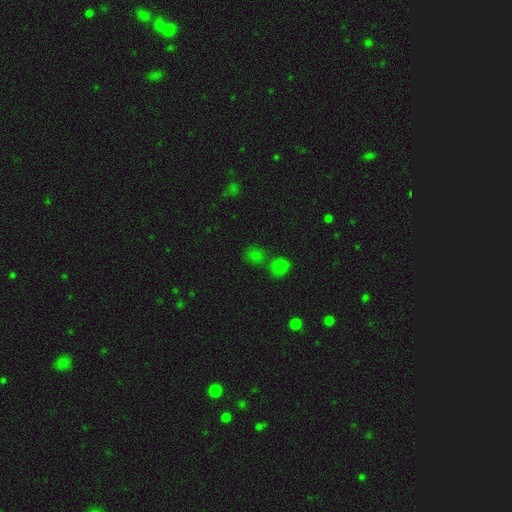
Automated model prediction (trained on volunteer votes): This appears to be a smooth galaxy with no disk features (64%) that is round (66%). Merging: none (48%).